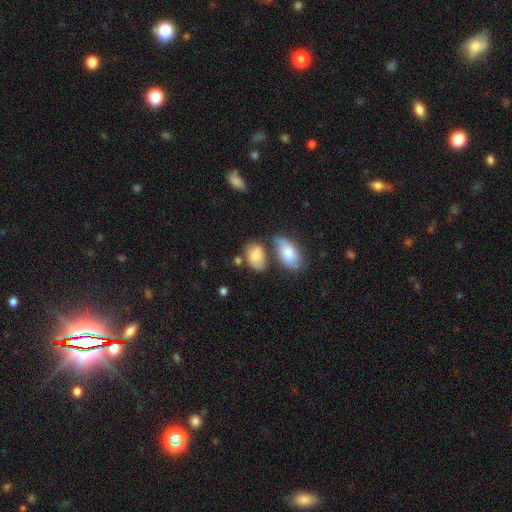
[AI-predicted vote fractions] Smooth or featured? smooth (80%)
How rounded? in between (87%)
Merging? none (40%)